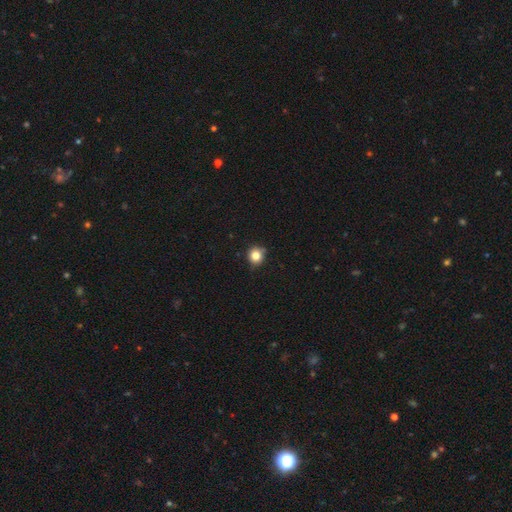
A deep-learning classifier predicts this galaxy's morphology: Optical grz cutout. It shows a smooth galaxy with no disk features (82%) that is round (90%). Merging: none (82%).